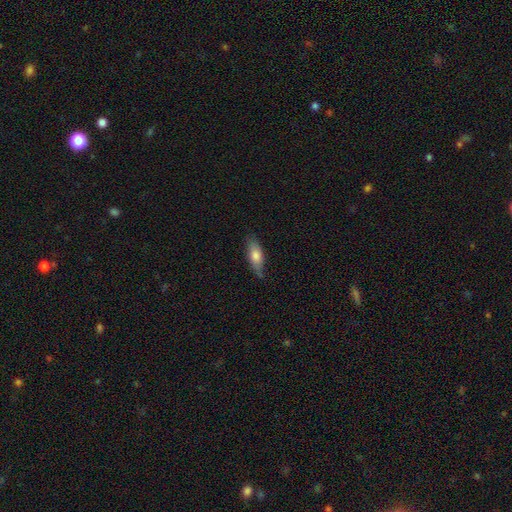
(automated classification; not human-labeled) Morphology: type=smooth (73%); roundness=in between (66%); merging=none (71%).